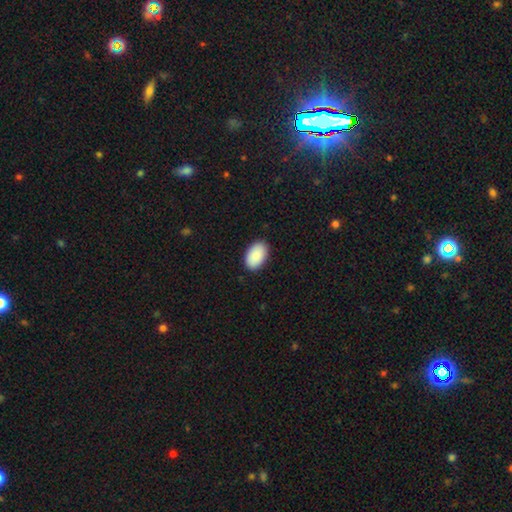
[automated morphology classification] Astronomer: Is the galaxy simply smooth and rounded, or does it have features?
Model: smooth — 89%.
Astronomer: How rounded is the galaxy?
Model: in between — 93%.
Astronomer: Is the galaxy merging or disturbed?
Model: none — 89%.